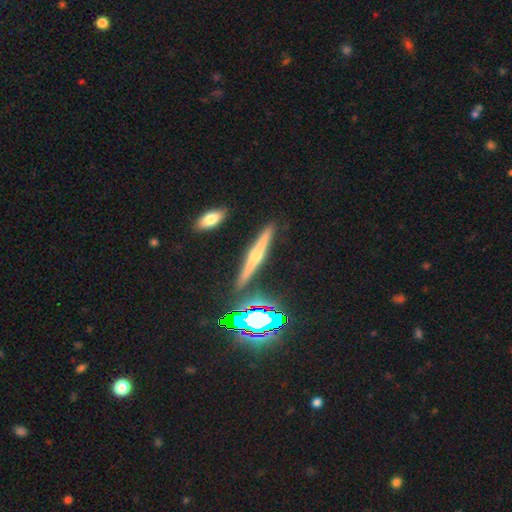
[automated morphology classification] type=featured or disk (64%); edge-on=yes (96%); edge-on bulge=rounded (87%); merging=none (89%).